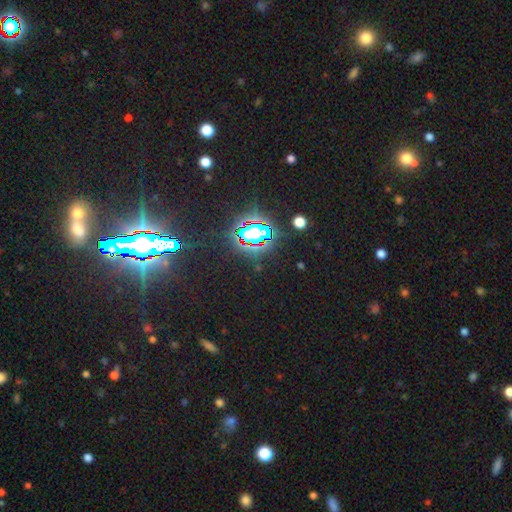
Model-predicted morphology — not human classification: This is clearly a star or artifact rather than a galaxy (84%).